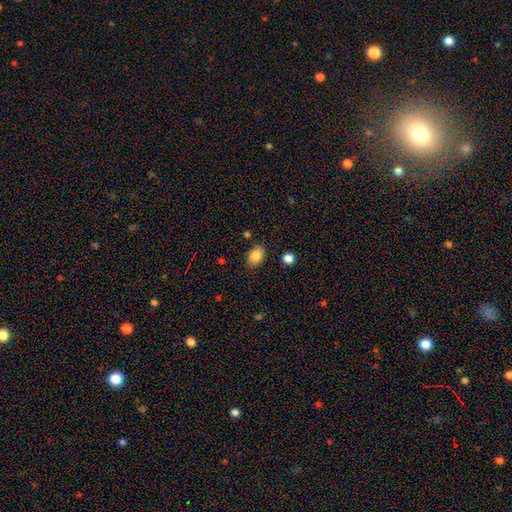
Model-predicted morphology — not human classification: This is clearly a smooth galaxy (86%). How rounded: clearly in between (81%). Merging: clearly none (84%).